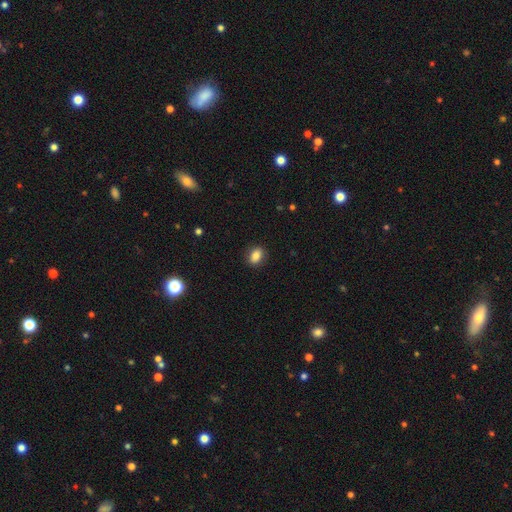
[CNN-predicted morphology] The model was most divided on "how rounded": in between: 69%, round: 29%, cigar-shaped: 2%. More confident: merging — none (88%); smooth or featured — smooth (84%).